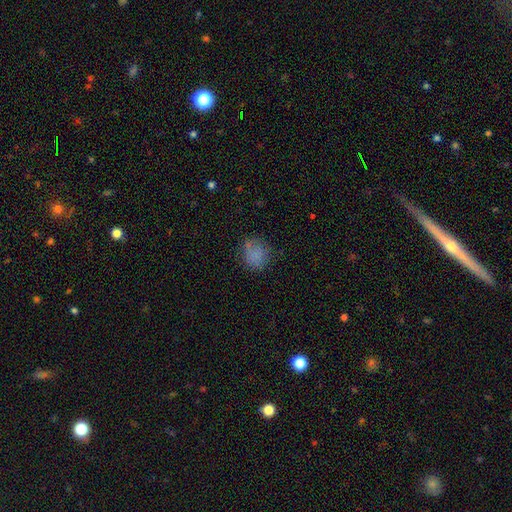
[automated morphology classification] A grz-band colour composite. It shows a smooth galaxy with no disk features (78%) that is round (80%). Merging: none (69%).